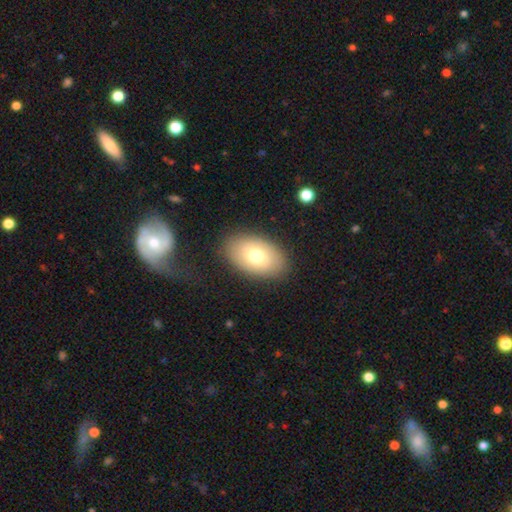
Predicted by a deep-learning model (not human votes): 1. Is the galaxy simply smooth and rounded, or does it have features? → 71% smooth, 21% featured or disk, 8% star or artifact.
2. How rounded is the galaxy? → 90% in between, 8% round, 1% cigar-shaped.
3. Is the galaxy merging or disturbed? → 86% none, 9% minor disturbance, 3% major disturbance, 1% merger.